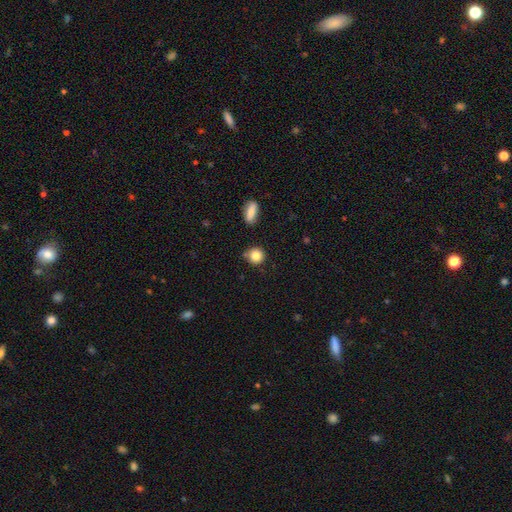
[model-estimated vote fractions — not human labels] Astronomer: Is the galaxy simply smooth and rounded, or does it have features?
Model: smooth — 84%.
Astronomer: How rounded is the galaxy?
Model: round — 89%.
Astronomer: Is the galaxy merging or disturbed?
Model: none — 76%.